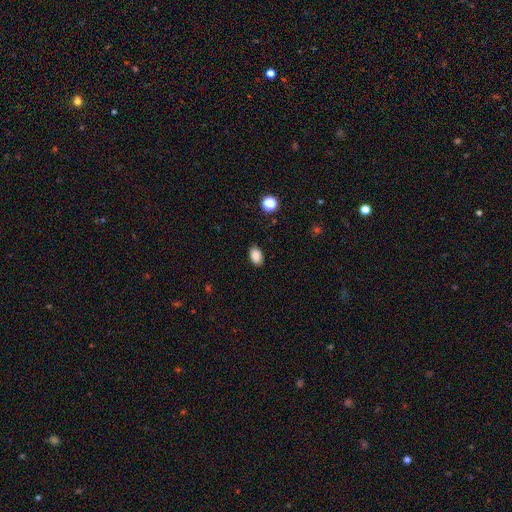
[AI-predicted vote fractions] A smooth galaxy with no disk features (87%) that is in between round and cigar-shaped (86%). Merging: none (87%).